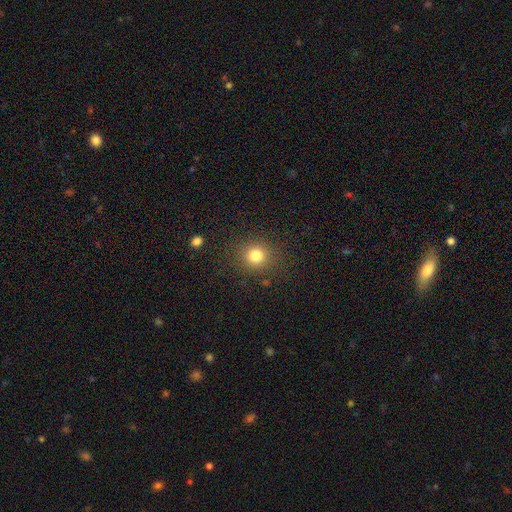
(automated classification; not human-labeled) smooth_or_featured: smooth (p=0.81) [alt: star or artifact p=0.13]
how_rounded: round (p=0.84) [alt: in between p=0.15]
merging: none (p=0.86) [alt: minor disturbance p=0.09]